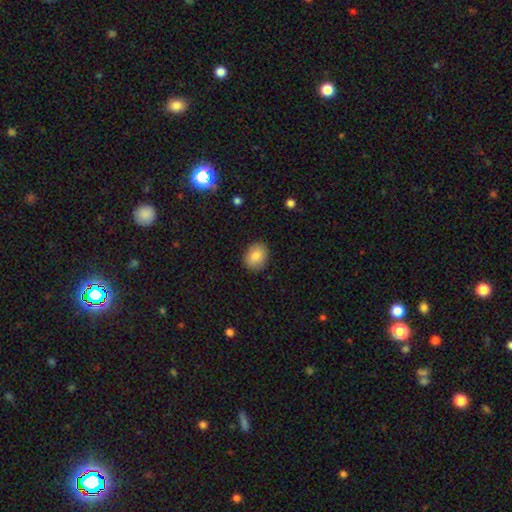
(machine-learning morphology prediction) smooth 84%, featured or disk 8%, star or artifact 8%. Down the decision tree: how rounded — in between (58%); merging — none (88%).